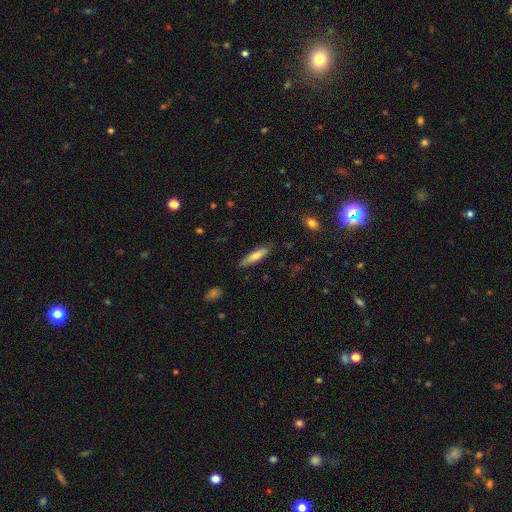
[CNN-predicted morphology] Smooth or featured: smooth — 67% (featured or disk — 26%)
How rounded: cigar-shaped — 81% (in between — 18%)
Merging: none — 86% (minor disturbance — 10%)